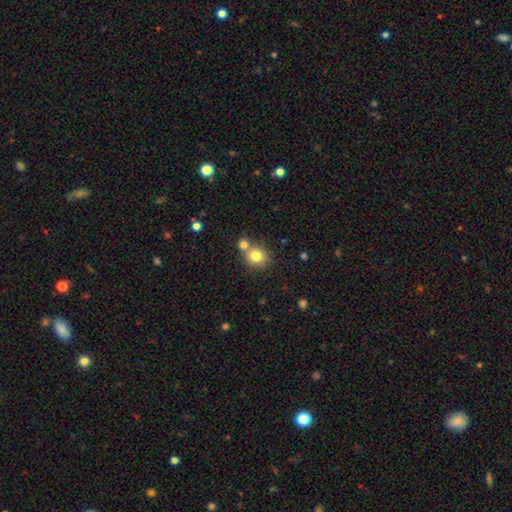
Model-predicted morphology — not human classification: Smooth or featured?
  - smooth: 79% *
  - star or artifact: 11%
  - featured or disk: 10%
How rounded?
  - round: 83% *
  - in between: 16%
  - cigar-shaped: 1%
Merging?
  - none: 57% *
  - merger: 32%
  - minor disturbance: 9%
  - major disturbance: 3%